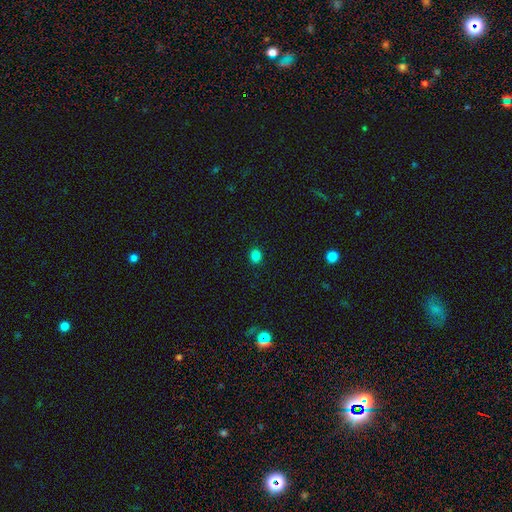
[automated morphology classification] smooth 83%, star or artifact 13%, featured or disk 4%. Down the decision tree: how rounded — round (62%); merging — none (91%).